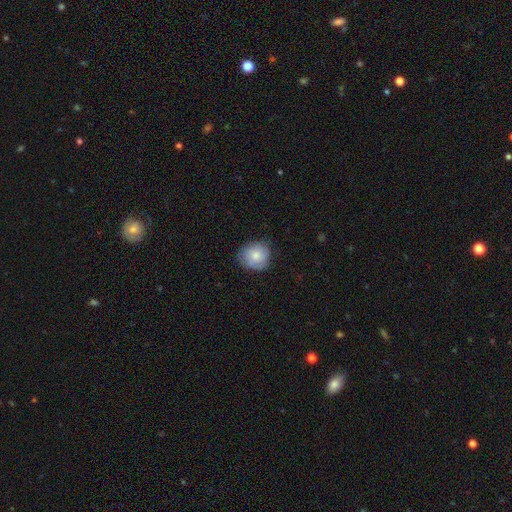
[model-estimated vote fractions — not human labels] Smooth or featured? Predicted: smooth (p=0.71). How rounded? Predicted: round (p=0.80). Merging? Predicted: none (p=0.73).